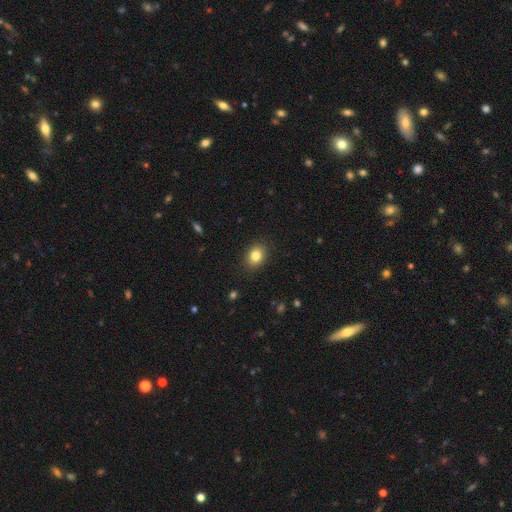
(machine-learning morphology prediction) A smooth galaxy with no disk features (83%) that is in between round and cigar-shaped (62%). Merging: none (89%).